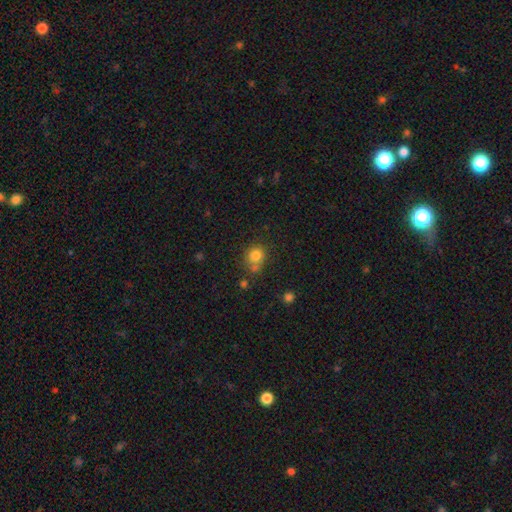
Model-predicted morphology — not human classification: A smooth galaxy with no disk features (80%) that is round (76%). Merging: none (57%).